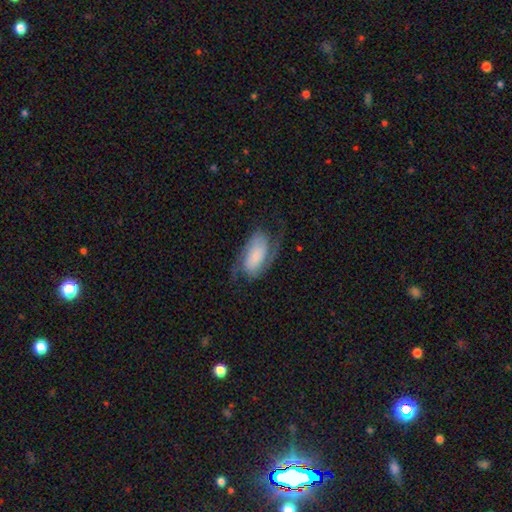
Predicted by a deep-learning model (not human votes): Smooth or featured? Predicted: featured or disk (p=0.68). Edge-on disk? Predicted: no (p=0.96). Bar? Predicted: no (p=0.60). Spiral arms? Predicted: yes (p=0.93). Spiral winding? Predicted: medium (p=0.46). Spiral arm count? Predicted: 2 (p=0.87). Bulge size? Predicted: small (p=0.44). Merging? Predicted: none (p=0.63).